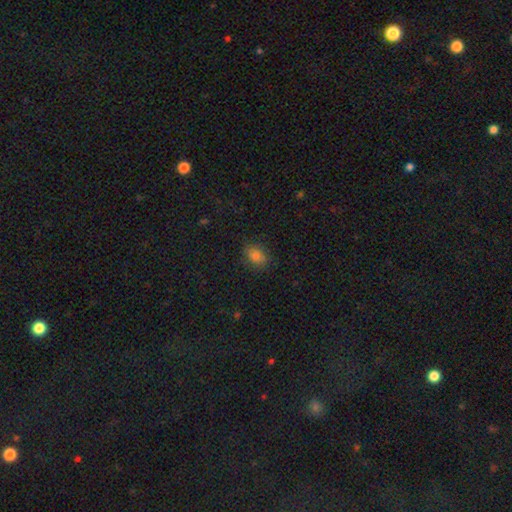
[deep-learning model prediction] Overall: smooth (81%). How rounded: in between (66%; round 33%). Merging: none (82%).